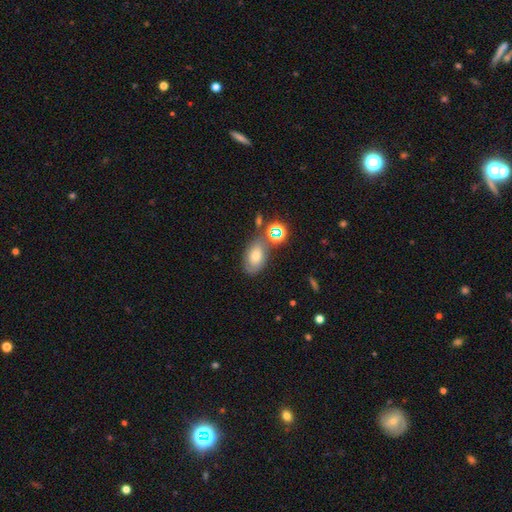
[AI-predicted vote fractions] Overall: smooth (53%; featured or disk 24%). How rounded: in between (82%). Merging: none (62%).